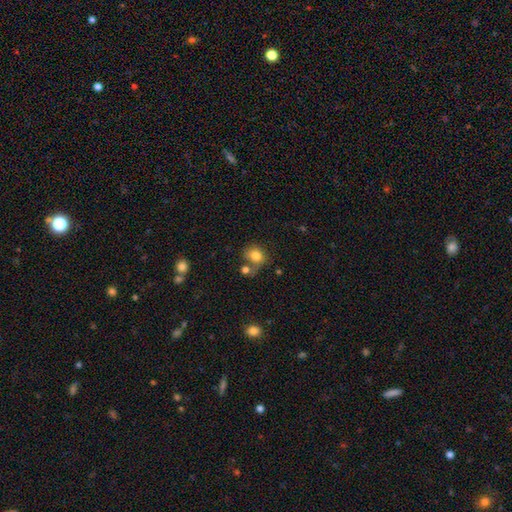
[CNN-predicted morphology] The model was most divided on "merging": none: 52%, merger: 22%, minor disturbance: 18%, major disturbance: 8%. More confident: smooth or featured — smooth (81%); how rounded — round (67%).